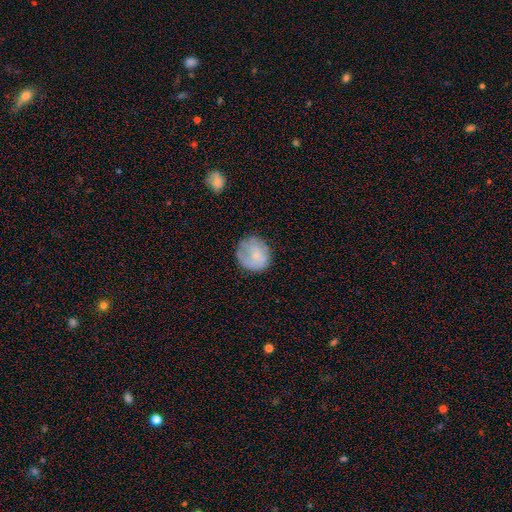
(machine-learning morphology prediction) The model was most divided on "merging": none: 70%, minor disturbance: 20%, major disturbance: 8%, merger: 2%. More confident: how rounded — round (86%); smooth or featured — smooth (71%).